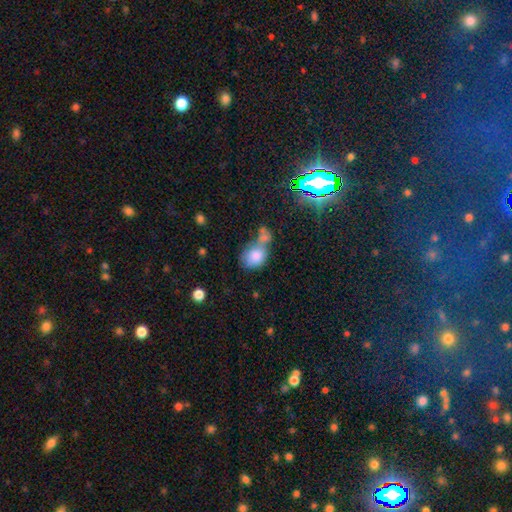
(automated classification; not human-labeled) A smooth galaxy with no disk features (79%) that is in between round and cigar-shaped (59%). Merging: merger (53%).